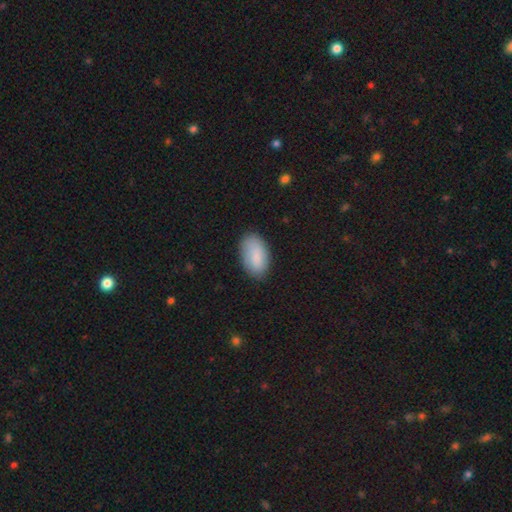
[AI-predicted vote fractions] Smooth or featured? smooth (86%)
How rounded? in between (94%)
Merging? none (80%)